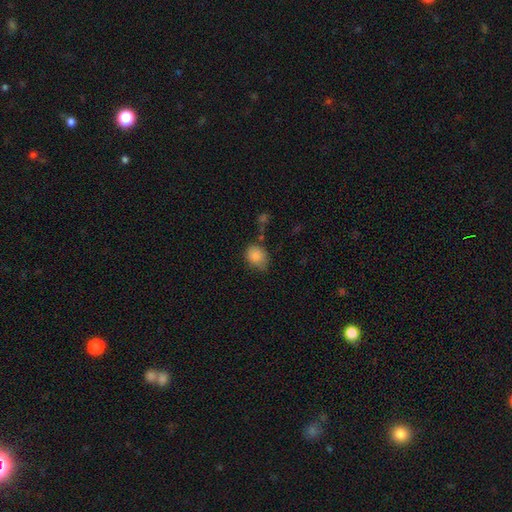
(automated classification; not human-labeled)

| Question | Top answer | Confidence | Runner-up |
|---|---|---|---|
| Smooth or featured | smooth | 86% | star or artifact (9%) |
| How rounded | round | 51% | in between (48%) |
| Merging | none | 58% | minor disturbance (30%) |